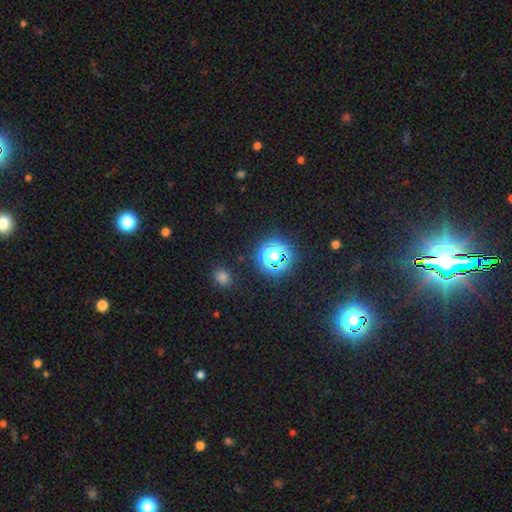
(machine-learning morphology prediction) A star or artifact, not a galaxy (68%).